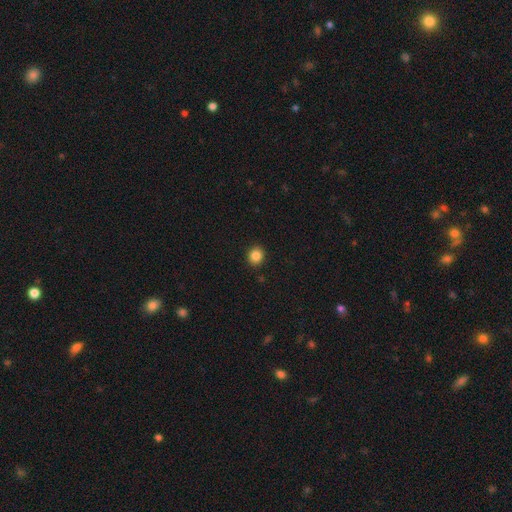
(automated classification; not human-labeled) smooth 85%, star or artifact 11%, featured or disk 4%. Down the decision tree: how rounded — round (81%); merging — none (92%).